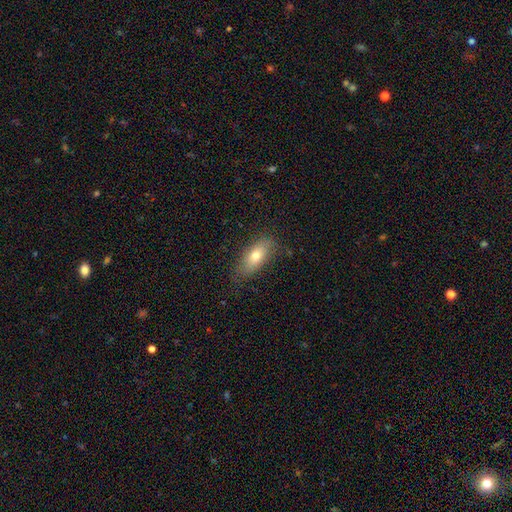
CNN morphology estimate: Smooth or featured?
  - smooth: 70% *
  - featured or disk: 22%
  - star or artifact: 8%
How rounded?
  - in between: 80% *
  - cigar-shaped: 16%
  - round: 4%
Merging?
  - none: 76% *
  - minor disturbance: 18%
  - major disturbance: 5%
  - merger: 1%